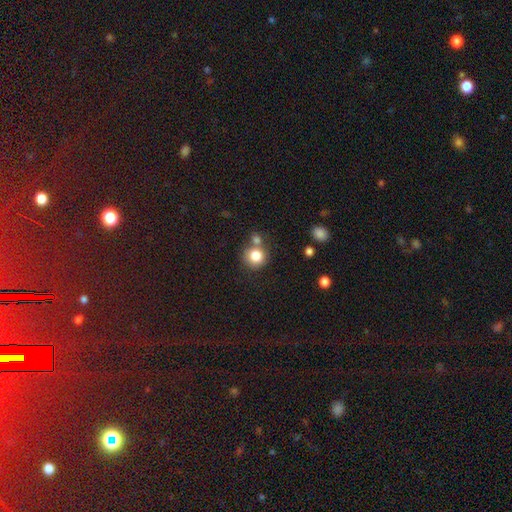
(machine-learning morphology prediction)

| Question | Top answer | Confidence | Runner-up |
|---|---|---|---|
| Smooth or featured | smooth | 82% | star or artifact (10%) |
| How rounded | round | 89% | in between (10%) |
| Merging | none | 62% | merger (25%) |